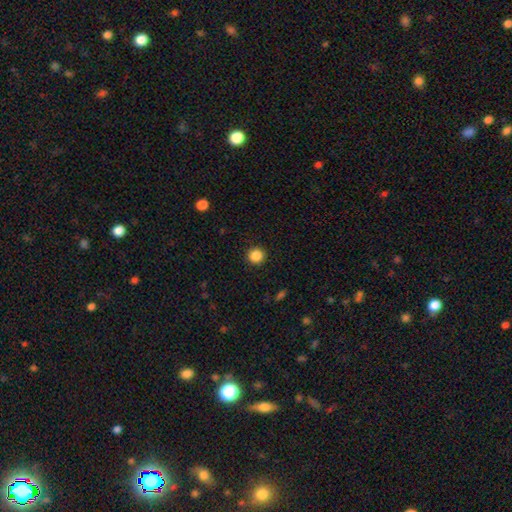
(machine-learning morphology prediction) smooth_or_featured: smooth (p=0.87) [alt: star or artifact p=0.10]
how_rounded: round (p=0.94) [alt: in between p=0.05]
merging: none (p=0.92) [alt: minor disturbance p=0.05]